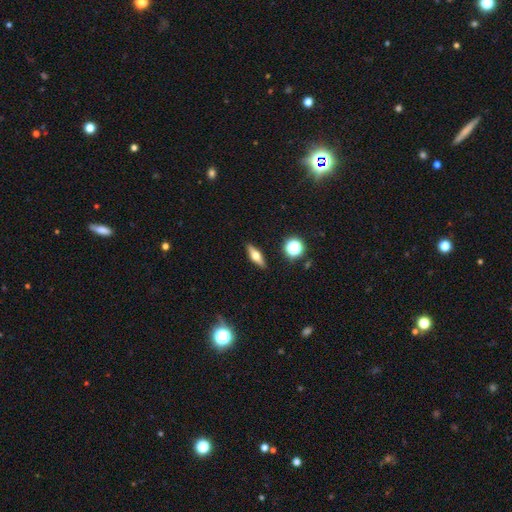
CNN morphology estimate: smooth-or-featured: smooth: 50% | featured or disk: 41% | star or artifact: 9%
  merging: none: 89% | minor disturbance: 7% | major disturbance: 2% | merger: 2%